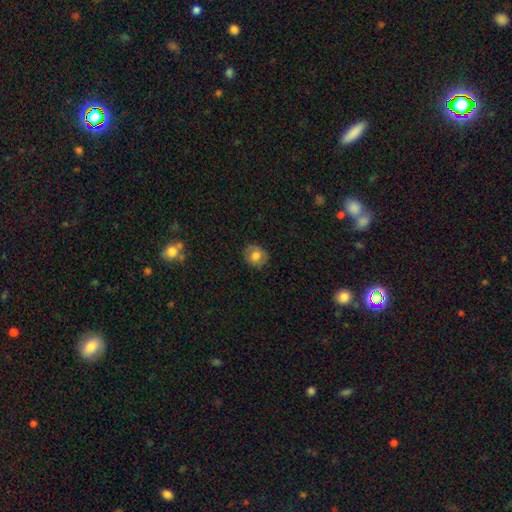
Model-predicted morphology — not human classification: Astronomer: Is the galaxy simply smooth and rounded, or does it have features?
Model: smooth — 76%.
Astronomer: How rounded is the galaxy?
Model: round — 67%.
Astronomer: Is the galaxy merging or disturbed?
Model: none — 84%.